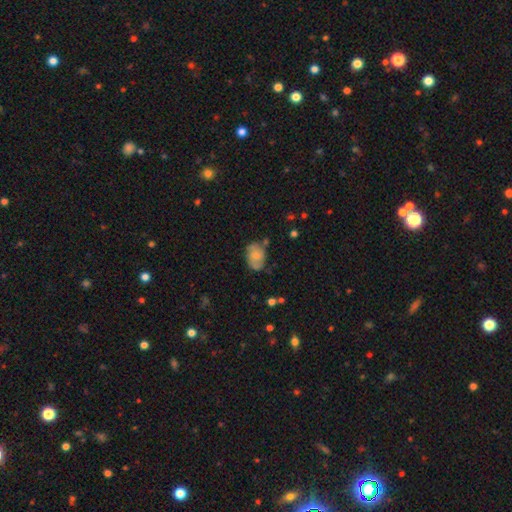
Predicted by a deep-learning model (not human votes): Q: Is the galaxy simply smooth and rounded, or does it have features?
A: smooth — 55%.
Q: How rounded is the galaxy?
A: in between — 73%.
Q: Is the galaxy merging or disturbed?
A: none — 57%.